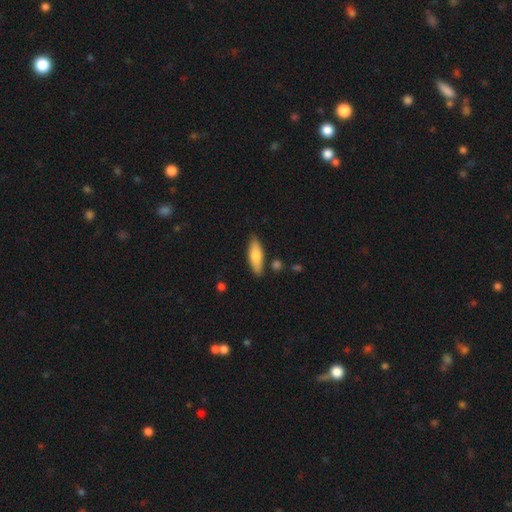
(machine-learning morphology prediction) smooth-or-featured: smooth: 75% | featured or disk: 19% | star or artifact: 6%
  how-rounded: in between: 56% | cigar-shaped: 42% | round: 2%
  merging: none: 83% | minor disturbance: 12% | merger: 3% | major disturbance: 2%